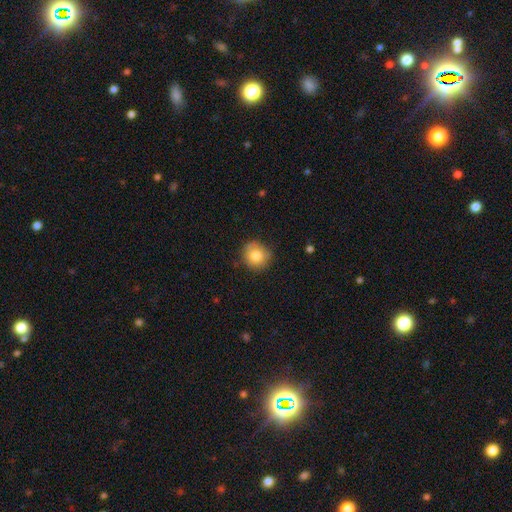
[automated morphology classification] Overall: smooth (81%). How rounded: round (89%). Merging: none (78%).